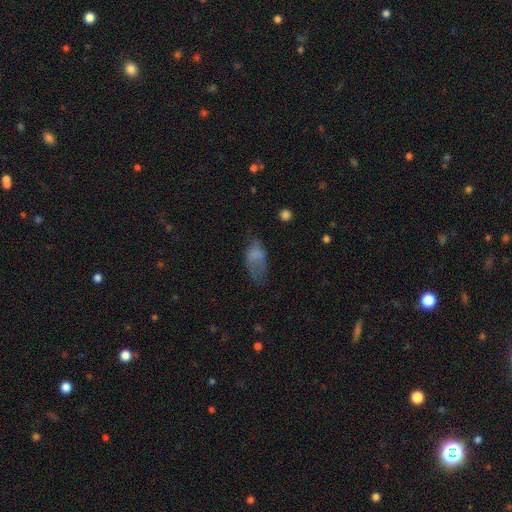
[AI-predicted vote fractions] smooth-or-featured: smooth: 66% | featured or disk: 22% | star or artifact: 12%
  how-rounded: in between: 90% | cigar-shaped: 6% | round: 4%
  merging: none: 39% | minor disturbance: 30% | major disturbance: 28% | merger: 3%